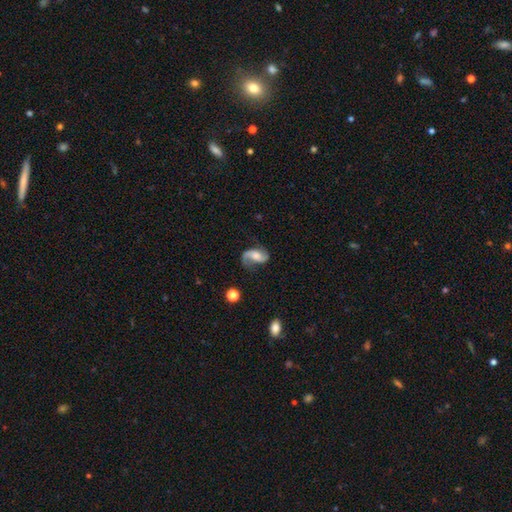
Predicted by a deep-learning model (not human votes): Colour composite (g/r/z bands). It shows a featured or disk galaxy (85%) with no bar (49%), 2 (90%) loose (53%) spiral arms (97%) and a moderate central bulge (43%). Merging: none (71%).